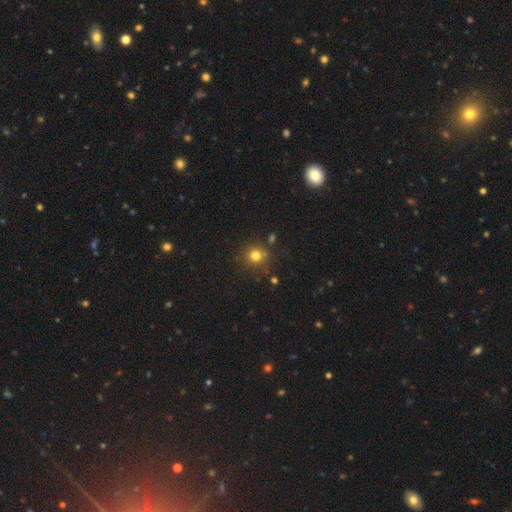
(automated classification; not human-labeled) smooth 76%, star or artifact 17%, featured or disk 7%. Down the decision tree: how rounded — round (90%); merging — none (77%).